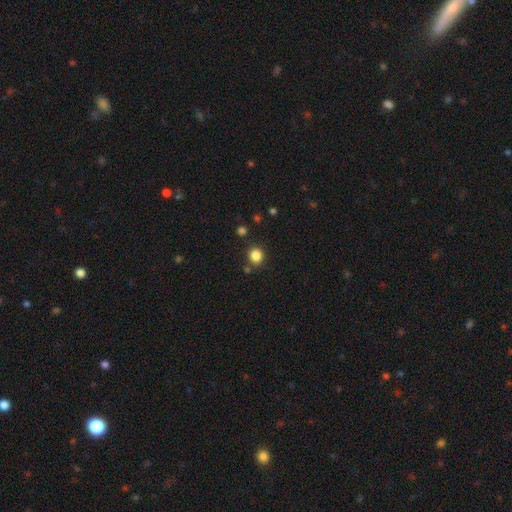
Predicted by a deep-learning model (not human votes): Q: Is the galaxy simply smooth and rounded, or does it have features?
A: smooth — 84%.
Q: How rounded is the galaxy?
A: round — 82%.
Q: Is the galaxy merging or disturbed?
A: none — 84%.